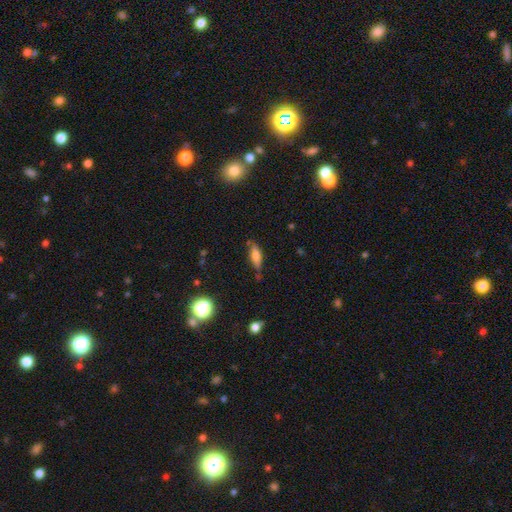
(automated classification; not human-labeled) smooth_or_featured: smooth (p=0.61) [alt: featured or disk p=0.29]
how_rounded: in between (p=0.50) [alt: cigar-shaped p=0.47]
merging: none (p=0.70) [alt: minor disturbance p=0.22]